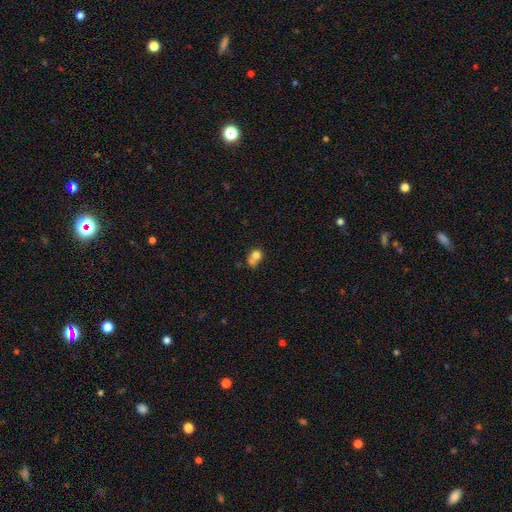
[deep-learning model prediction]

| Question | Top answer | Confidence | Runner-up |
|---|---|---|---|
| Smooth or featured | smooth | 72% | featured or disk (17%) |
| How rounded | round | 68% | in between (31%) |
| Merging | merger | 55% | none (29%) |